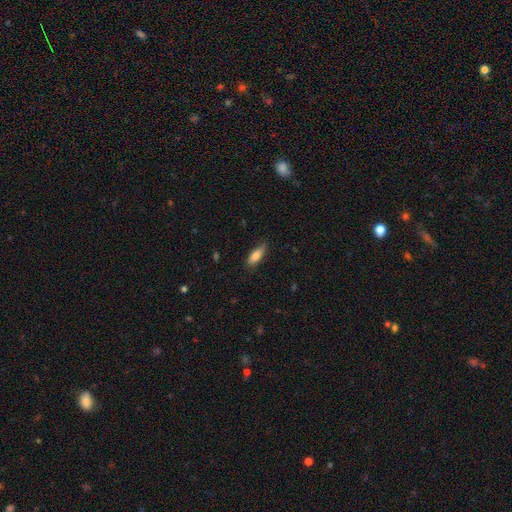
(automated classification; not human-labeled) smooth 78%, featured or disk 16%, star or artifact 7%. Down the decision tree: how rounded — in between (60%); merging — none (79%).